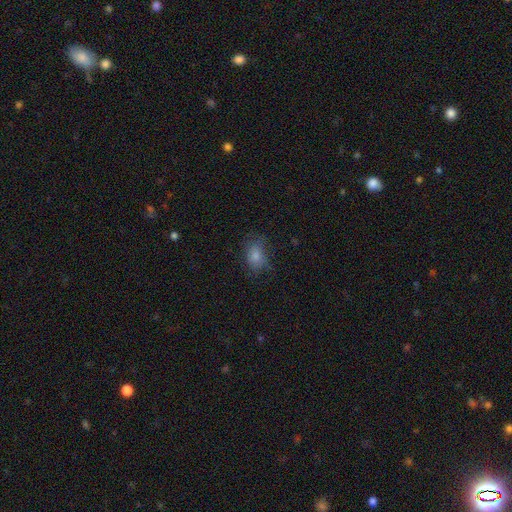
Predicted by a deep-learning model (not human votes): Q: Smooth or featured?
A: smooth (81%); runner-up: star or artifact (10%)
Q: How rounded?
A: in between (72%); runner-up: round (27%)
Q: Merging?
A: none (68%); runner-up: minor disturbance (22%)